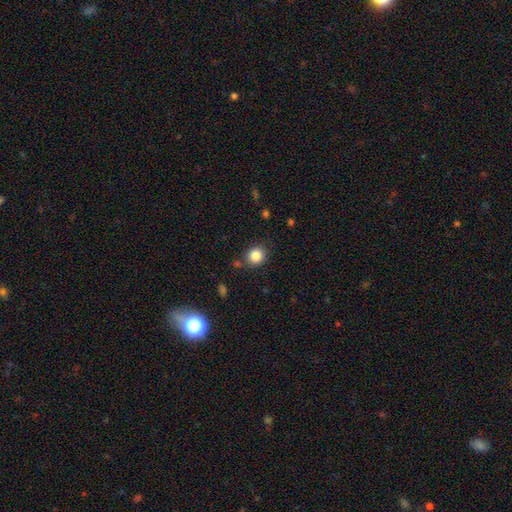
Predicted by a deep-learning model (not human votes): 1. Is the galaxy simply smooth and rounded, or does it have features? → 84% smooth, 11% star or artifact, 5% featured or disk.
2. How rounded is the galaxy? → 84% round, 15% in between, 1% cigar-shaped.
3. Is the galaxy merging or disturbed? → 84% none, 9% minor disturbance, 4% merger, 3% major disturbance.